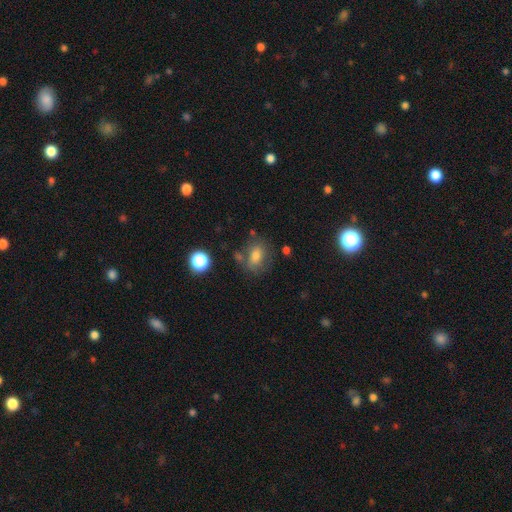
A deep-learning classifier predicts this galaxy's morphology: A smooth galaxy with no disk features (71%) that is in between round and cigar-shaped (60%). Merging: none (67%).